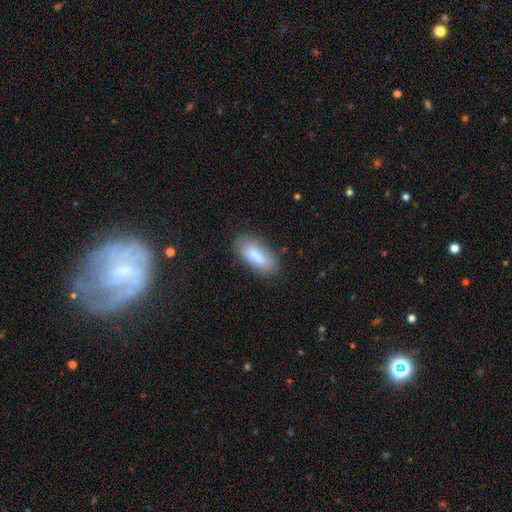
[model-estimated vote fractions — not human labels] Smooth or featured: smooth — 80% (featured or disk — 13%)
How rounded: in between — 76% (cigar-shaped — 21%)
Merging: none — 77% (minor disturbance — 17%)